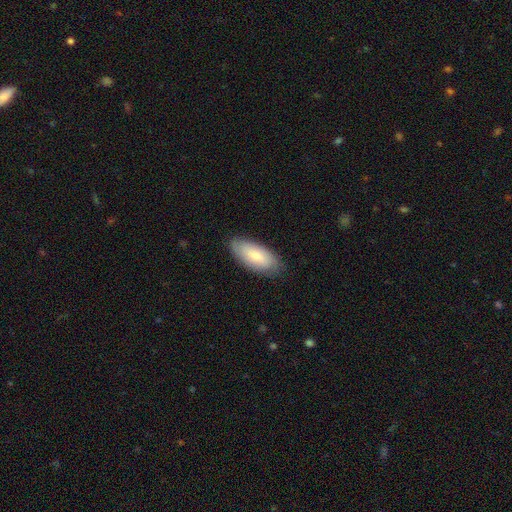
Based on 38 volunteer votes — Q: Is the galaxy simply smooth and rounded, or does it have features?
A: smooth — 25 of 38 (66%).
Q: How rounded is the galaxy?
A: in between — 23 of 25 (92%).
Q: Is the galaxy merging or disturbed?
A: none — 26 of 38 (68%).